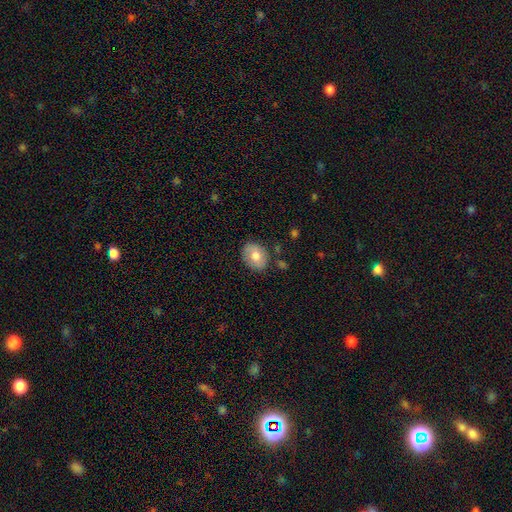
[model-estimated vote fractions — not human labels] Smooth or featured: smooth — 71% (featured or disk — 22%)
How rounded: in between — 60% (round — 39%)
Merging: none — 80% (minor disturbance — 14%)